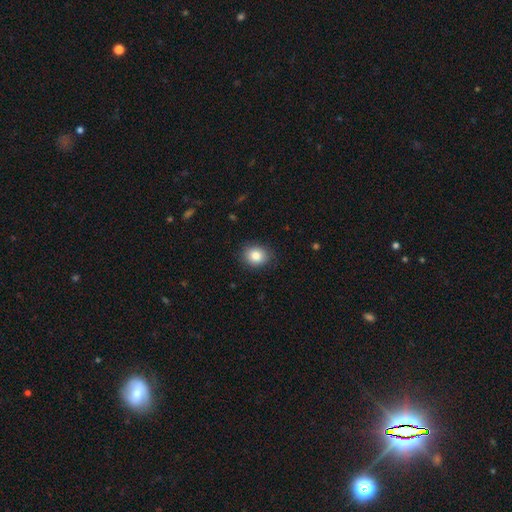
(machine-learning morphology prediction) smooth-or-featured: smooth: 84% | star or artifact: 9% | featured or disk: 7%
  how-rounded: round: 64% | in between: 35% | cigar-shaped: 1%
  merging: none: 86% | minor disturbance: 10% | major disturbance: 2% | merger: 1%